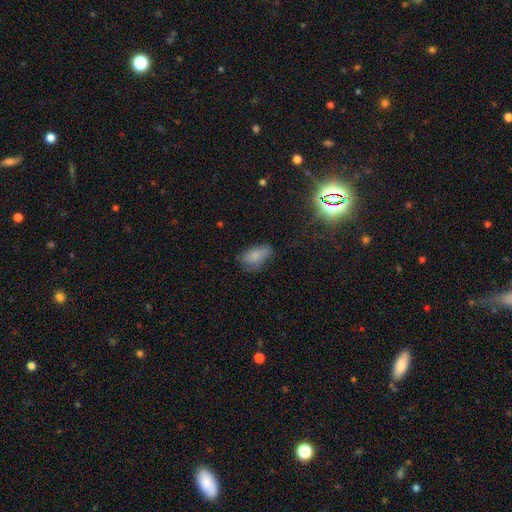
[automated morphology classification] type=smooth (70%); roundness=in between (90%); merging=none (51%).